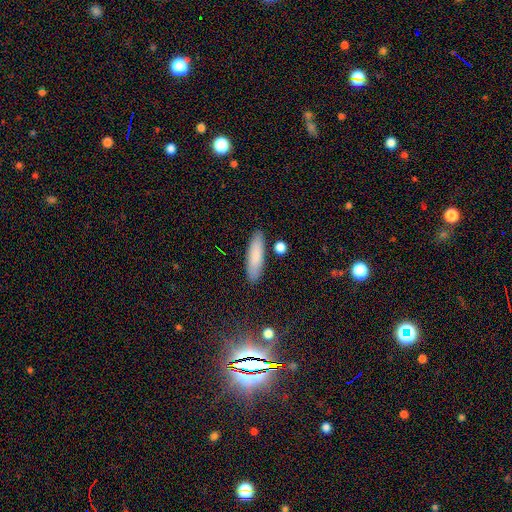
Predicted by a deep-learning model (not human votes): This is clearly a smooth galaxy (82%). How rounded: possibly cigar-shaped (59%). Merging: clearly none (86%).